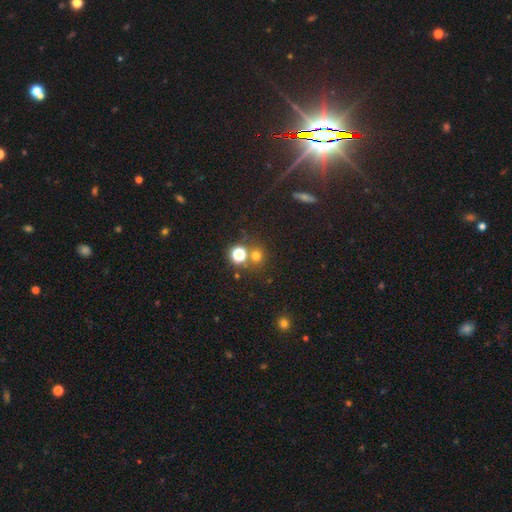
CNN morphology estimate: Smooth or featured? smooth (65%)
How rounded? round (88%)
Merging? none (71%)